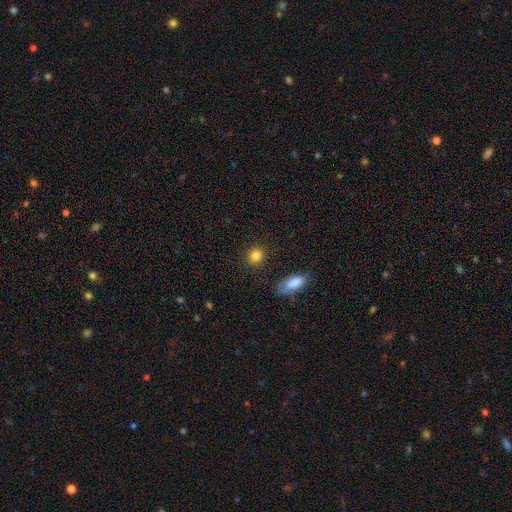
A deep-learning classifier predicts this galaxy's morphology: smooth_or_featured: smooth (p=0.84) [alt: star or artifact p=0.10]
how_rounded: round (p=0.82) [alt: in between p=0.16]
merging: none (p=0.88) [alt: minor disturbance p=0.08]